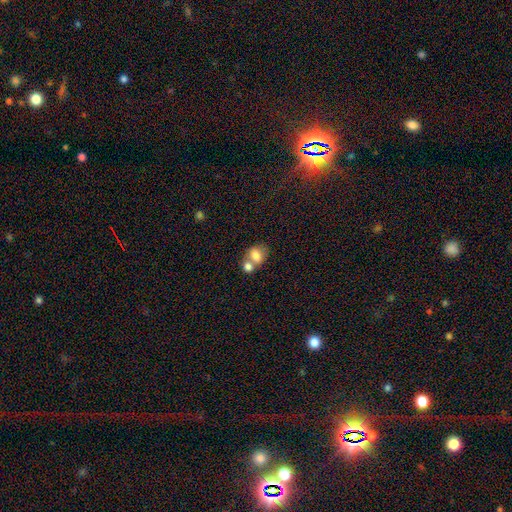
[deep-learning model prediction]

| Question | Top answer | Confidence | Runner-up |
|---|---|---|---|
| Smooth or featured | smooth | 76% | featured or disk (15%) |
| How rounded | in between | 53% | round (45%) |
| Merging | merger | 55% | none (32%) |